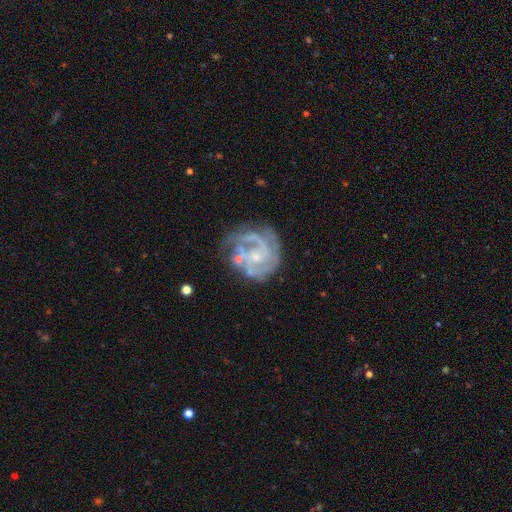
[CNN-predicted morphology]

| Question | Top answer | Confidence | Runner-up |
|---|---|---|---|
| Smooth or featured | featured or disk | 84% | smooth (9%) |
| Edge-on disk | no | 98% | yes (2%) |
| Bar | no | 61% | weak (32%) |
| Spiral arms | yes | 91% | no (9%) |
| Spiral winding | tight | 52% | medium (37%) |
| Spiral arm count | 2 | 29% | 3 (28%) |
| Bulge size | small | 62% | moderate (24%) |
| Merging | none | 56% | minor disturbance (21%) |